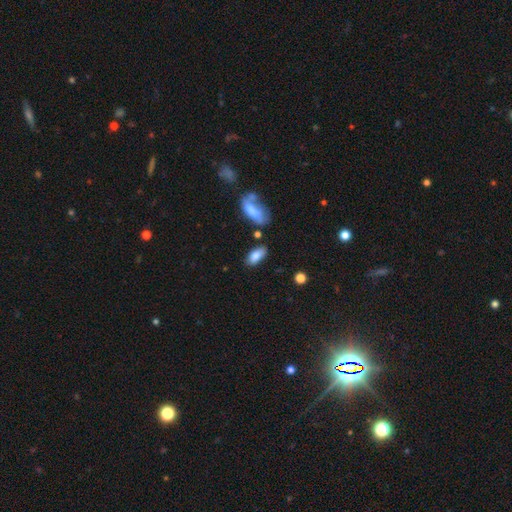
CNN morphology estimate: Smooth or featured?
  - smooth: 81% *
  - featured or disk: 12%
  - star or artifact: 7%
How rounded?
  - in between: 89% *
  - cigar-shaped: 8%
  - round: 3%
Merging?
  - none: 74% *
  - minor disturbance: 15%
  - merger: 7%
  - major disturbance: 4%